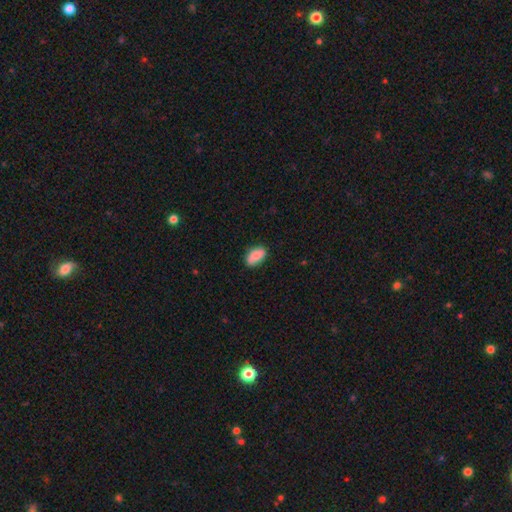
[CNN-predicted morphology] Smooth or featured? Predicted: smooth (p=0.86). How rounded? Predicted: in between (p=0.92). Merging? Predicted: none (p=0.79).